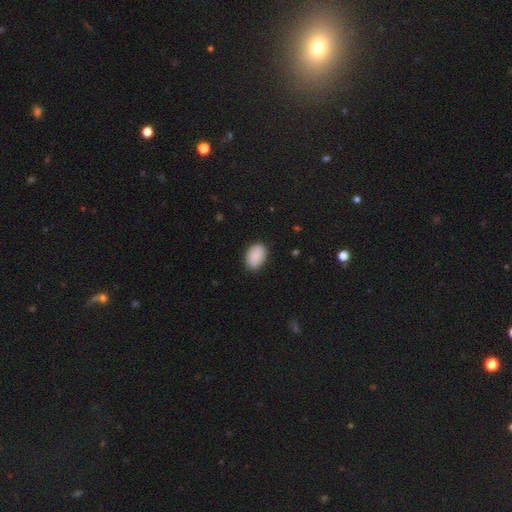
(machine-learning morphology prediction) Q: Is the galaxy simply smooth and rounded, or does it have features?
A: smooth — 88%.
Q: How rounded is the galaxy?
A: in between — 86%.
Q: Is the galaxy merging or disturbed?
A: none — 83%.